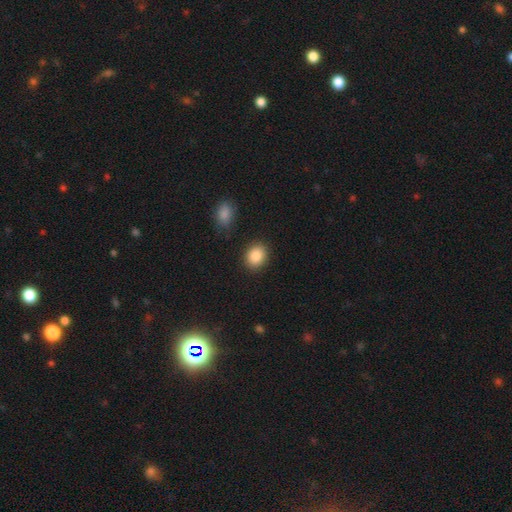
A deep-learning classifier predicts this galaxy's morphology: Smooth or featured?
  - smooth: 88% *
  - star or artifact: 8%
  - featured or disk: 5%
How rounded?
  - round: 51% *
  - in between: 48%
  - cigar-shaped: 1%
Merging?
  - none: 87% *
  - minor disturbance: 8%
  - major disturbance: 3%
  - merger: 2%